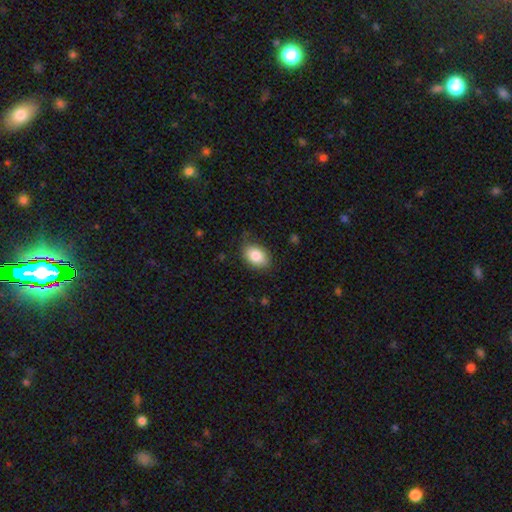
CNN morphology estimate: type=smooth (86%); roundness=in between (84%); merging=none (79%).